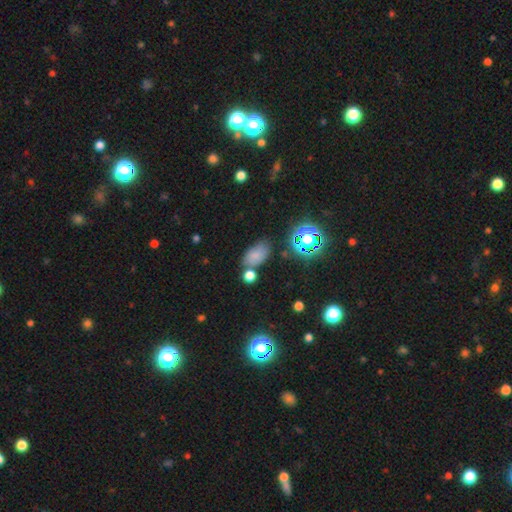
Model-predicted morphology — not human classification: Smooth or featured? smooth (71%)
How rounded? in between (88%)
Merging? none (63%)